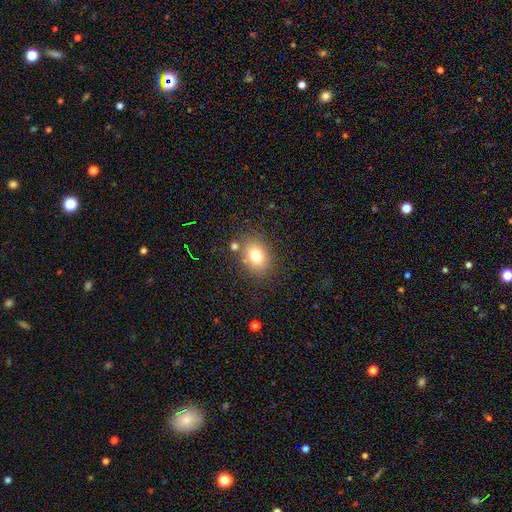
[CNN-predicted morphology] Smooth or featured: smooth — 77% (featured or disk — 12%)
How rounded: in between — 64% (round — 35%)
Merging: none — 77% (minor disturbance — 12%)